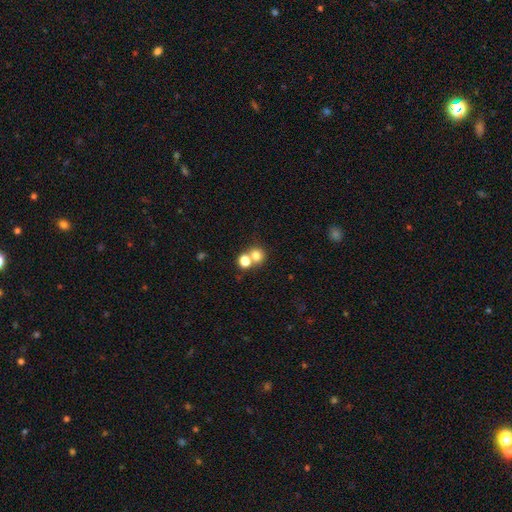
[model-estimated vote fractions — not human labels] The model was most divided on "merging" (2-way tie): merger: 45%, none: 45%, minor disturbance: 6%, major disturbance: 3%. More confident: how rounded — round (81%); smooth or featured — smooth (76%).